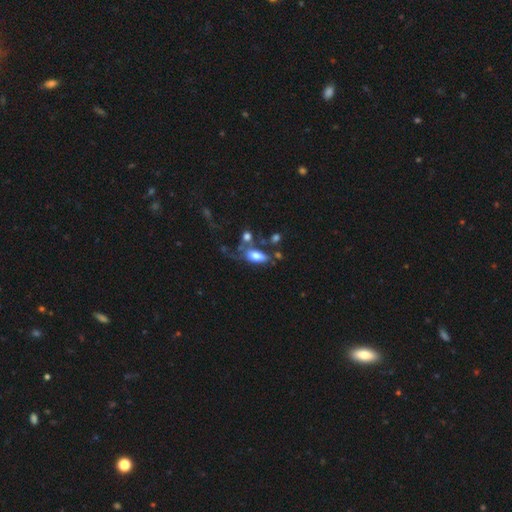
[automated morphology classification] The model was most divided on "merging": none: 34%, merger: 26%, major disturbance: 23%, minor disturbance: 18%. More confident: how rounded — in between (85%); smooth or featured — smooth (68%).